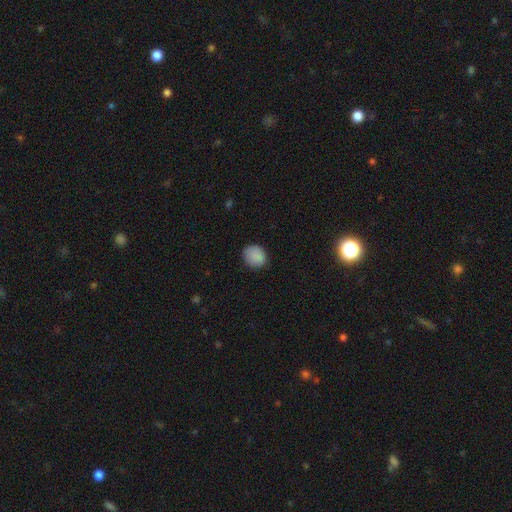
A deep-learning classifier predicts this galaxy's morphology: A smooth galaxy with no disk features (88%) that is round (74%).

Vote fractions:
- Smooth or featured? smooth: 88% / star or artifact: 8% / featured or disk: 4%
- How rounded? round: 74% / in between: 26% / cigar-shaped: 1%
- Merging? none: 83% / minor disturbance: 13% / major disturbance: 3% / merger: 1%